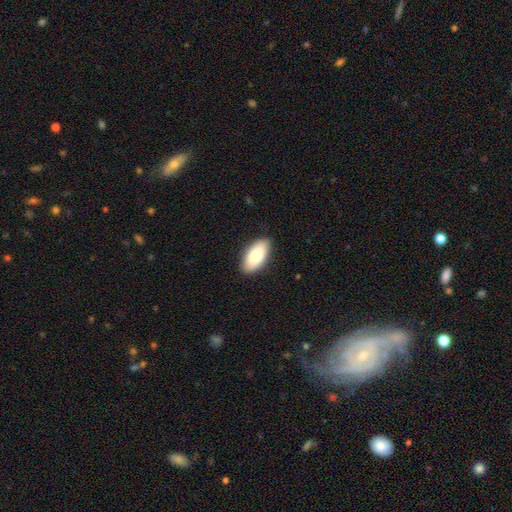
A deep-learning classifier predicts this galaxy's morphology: smooth_or_featured: smooth (p=0.82) [alt: featured or disk p=0.12]
how_rounded: in between (p=0.94) [alt: cigar-shaped p=0.04]
merging: none (p=0.88) [alt: minor disturbance p=0.09]